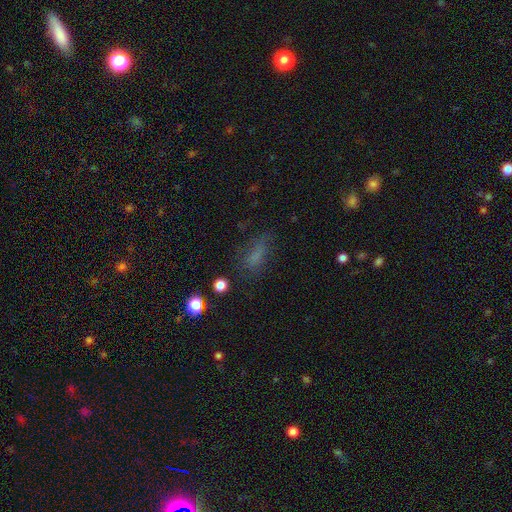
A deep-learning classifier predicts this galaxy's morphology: Smooth or featured? smooth (65%)
How rounded? in between (68%)
Merging? none (64%)